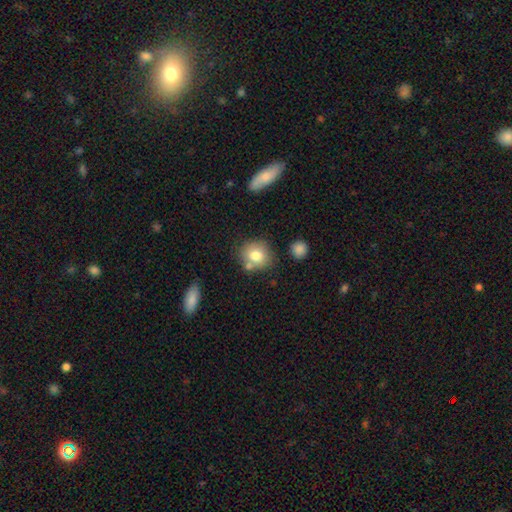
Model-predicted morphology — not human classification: Smooth or featured?
  - smooth: 77% *
  - featured or disk: 14%
  - star or artifact: 10%
How rounded?
  - round: 79% *
  - in between: 20%
  - cigar-shaped: 1%
Merging?
  - none: 66% *
  - merger: 16%
  - minor disturbance: 14%
  - major disturbance: 4%